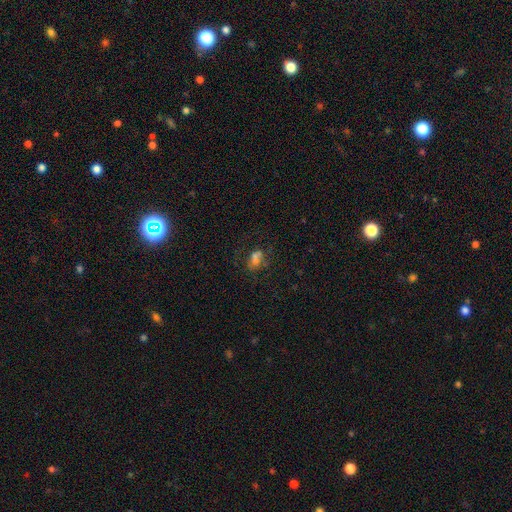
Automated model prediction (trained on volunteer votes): Smooth or featured? Predicted: smooth (p=0.42). Merging? Predicted: none (p=0.60).